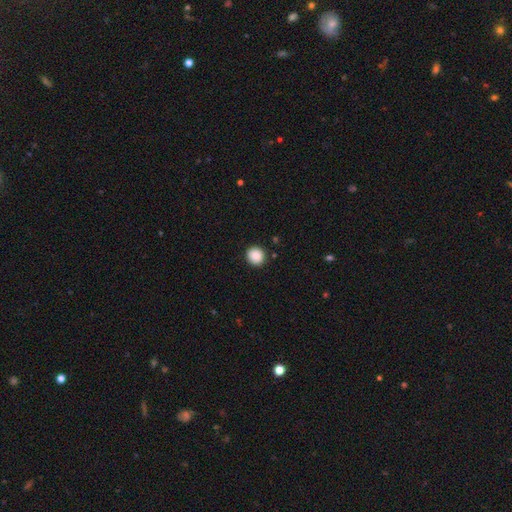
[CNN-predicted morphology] smooth_or_featured: smooth (p=0.88) [alt: star or artifact p=0.08]
how_rounded: round (p=0.90) [alt: in between p=0.09]
merging: none (p=0.91) [alt: minor disturbance p=0.06]